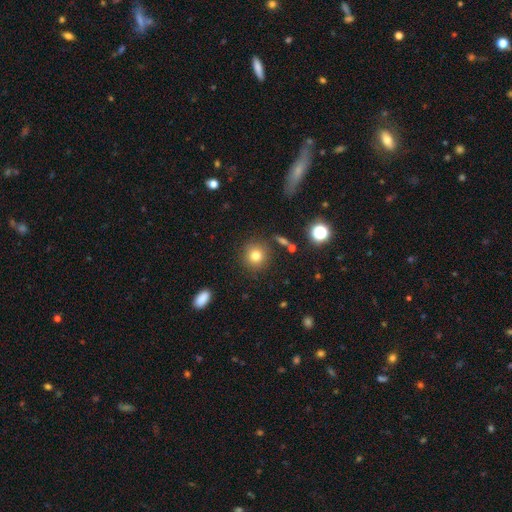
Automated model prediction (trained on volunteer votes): Smooth or featured: smooth — 79% (star or artifact — 13%)
How rounded: round — 90% (in between — 9%)
Merging: none — 85% (minor disturbance — 9%)